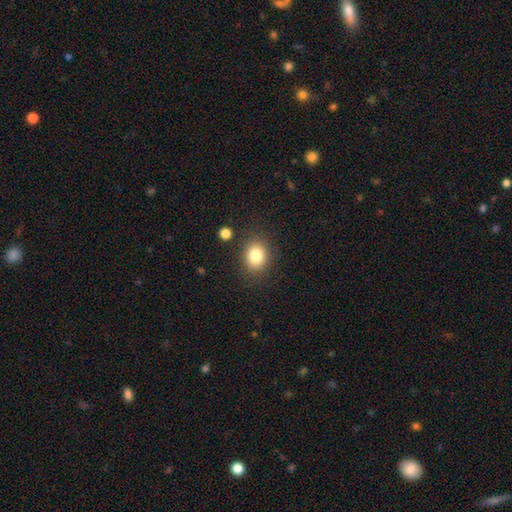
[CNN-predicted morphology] smooth_or_featured: smooth (p=0.82) [alt: star or artifact p=0.11]
how_rounded: round (p=0.59) [alt: in between p=0.40]
merging: none (p=0.84) [alt: minor disturbance p=0.10]